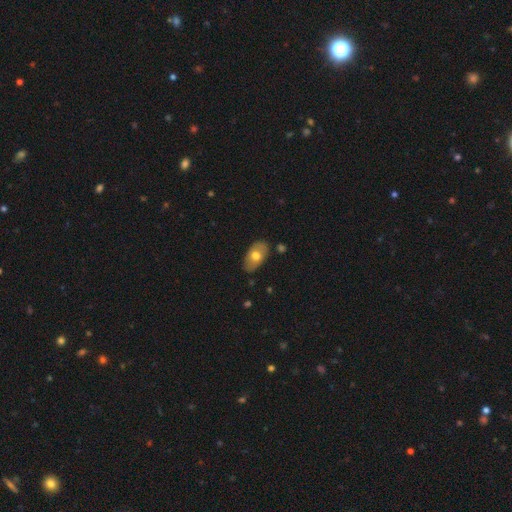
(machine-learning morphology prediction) Overall: smooth (64%; featured or disk 30%). How rounded: in between (92%). Merging: none (81%).